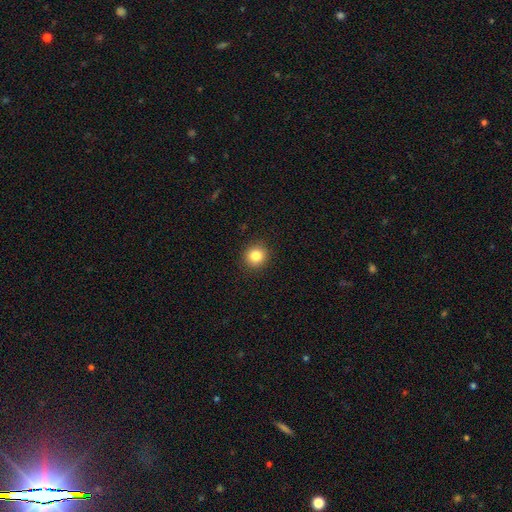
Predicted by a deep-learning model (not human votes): This appears to be a smooth galaxy with no disk features (84%) that is round (89%). Merging: none (92%).